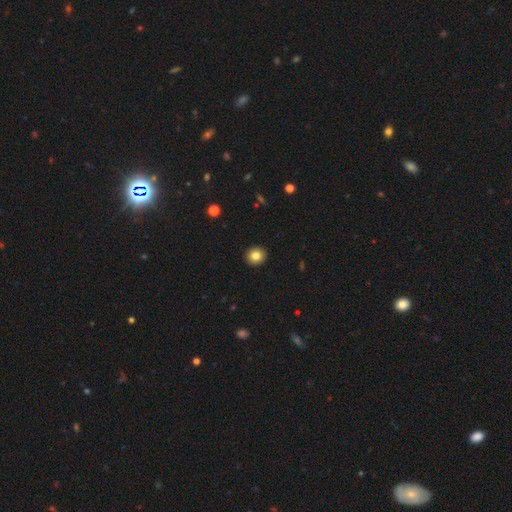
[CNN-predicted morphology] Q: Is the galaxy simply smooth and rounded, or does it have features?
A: smooth — 82%.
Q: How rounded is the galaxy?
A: round — 86%.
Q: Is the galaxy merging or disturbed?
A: none — 93%.